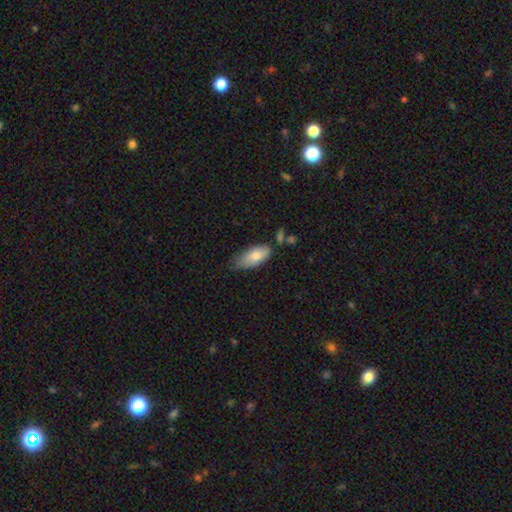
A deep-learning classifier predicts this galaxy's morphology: Smooth or featured? smooth (79%)
How rounded? in between (88%)
Merging? none (55%)